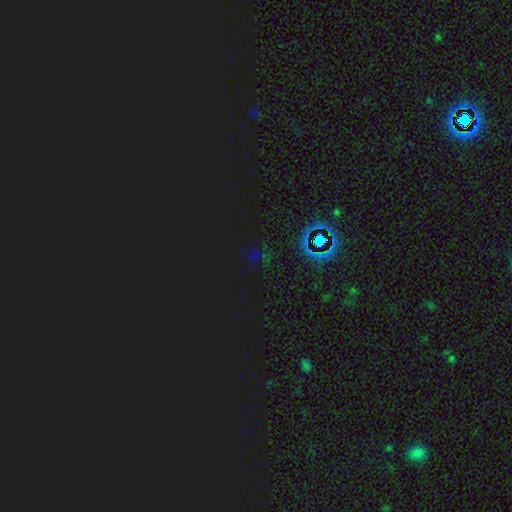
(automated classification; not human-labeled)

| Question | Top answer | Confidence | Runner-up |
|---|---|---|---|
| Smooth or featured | star or artifact | 81% | smooth (13%) |